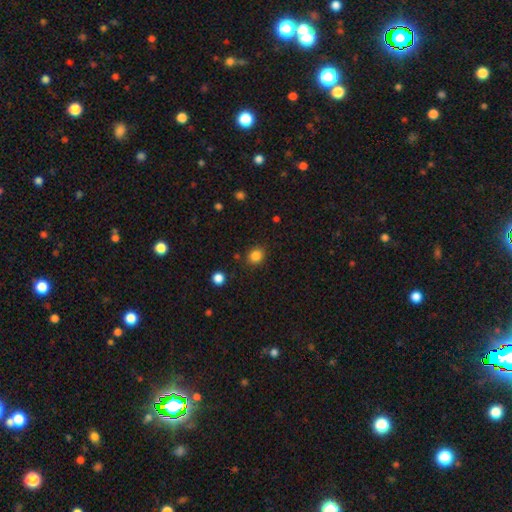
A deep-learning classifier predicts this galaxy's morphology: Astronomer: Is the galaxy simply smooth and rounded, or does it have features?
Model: smooth — 84%.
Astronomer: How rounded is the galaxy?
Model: round — 71%.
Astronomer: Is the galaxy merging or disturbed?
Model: none — 84%.